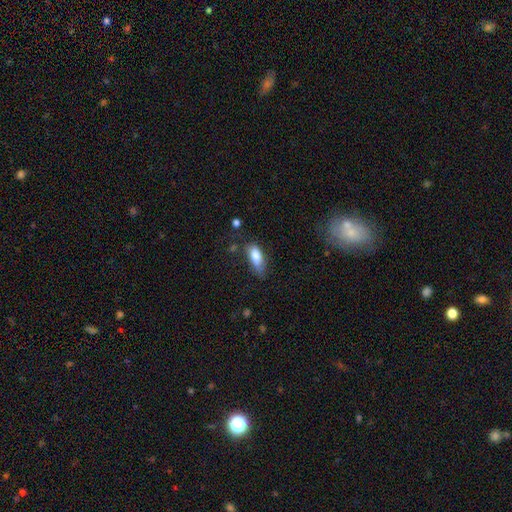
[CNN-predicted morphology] Q: Smooth or featured?
A: smooth (80%); runner-up: featured or disk (13%)
Q: How rounded?
A: in between (80%); runner-up: cigar-shaped (17%)
Q: Merging?
A: none (49%); runner-up: minor disturbance (34%)